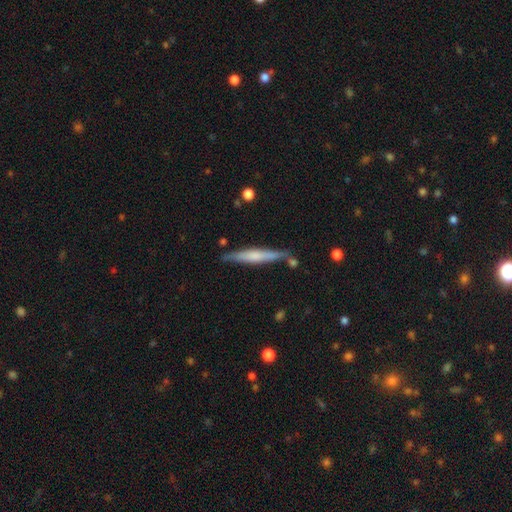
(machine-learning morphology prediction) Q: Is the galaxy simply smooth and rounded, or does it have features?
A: featured or disk — 49%.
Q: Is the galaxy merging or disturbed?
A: none — 79%.